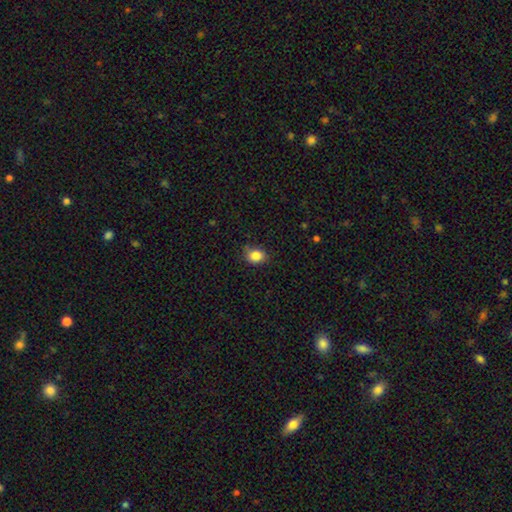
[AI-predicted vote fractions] A smooth galaxy with no disk features (85%) that is round (54%). Merging: none (78%).